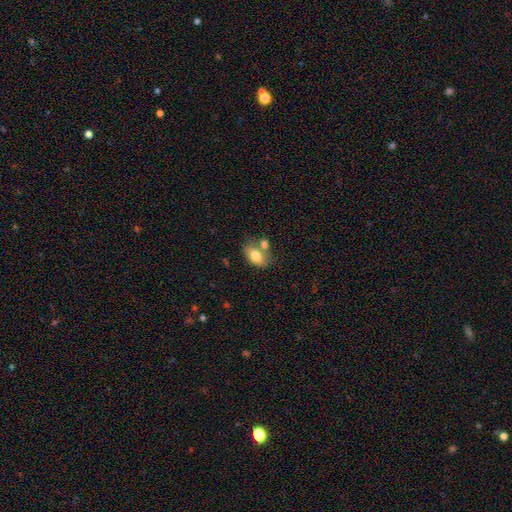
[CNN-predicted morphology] Overall: smooth (78%). How rounded: in between (86%). Merging: none (45%; merger 34%).